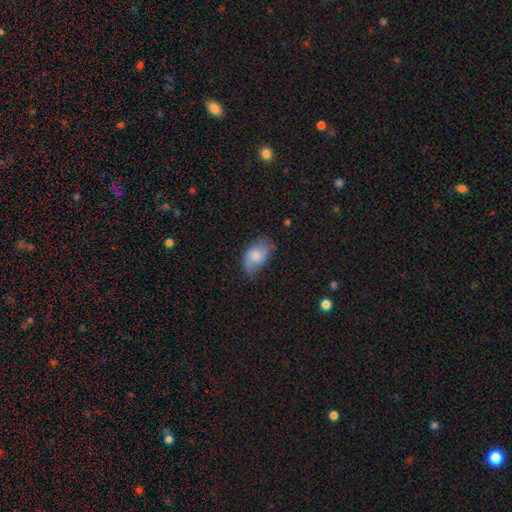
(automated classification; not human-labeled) smooth 53%, featured or disk 40%, star or artifact 8%. Down the decision tree: how rounded — in between (89%); merging — none (55%).